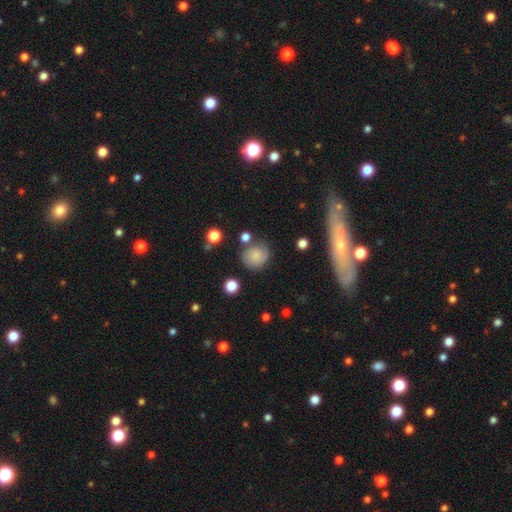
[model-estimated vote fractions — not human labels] This is likely a smooth galaxy (78%). How rounded: clearly round (85%). Merging: likely none (69%).